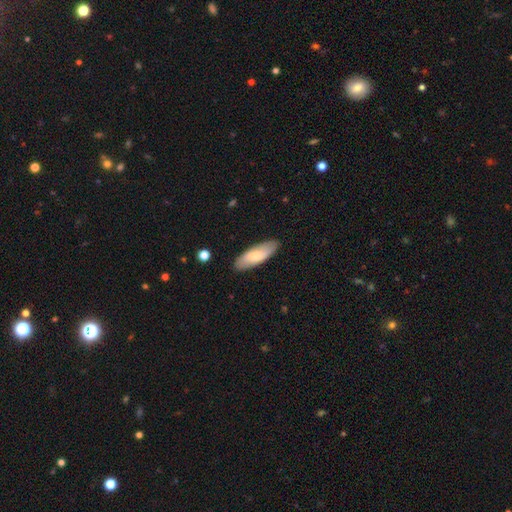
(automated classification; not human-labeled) smooth-or-featured: smooth: 66% | featured or disk: 29% | star or artifact: 5%
  how-rounded: in between: 67% | cigar-shaped: 31% | round: 2%
  merging: none: 88% | minor disturbance: 9% | major disturbance: 2% | merger: 1%